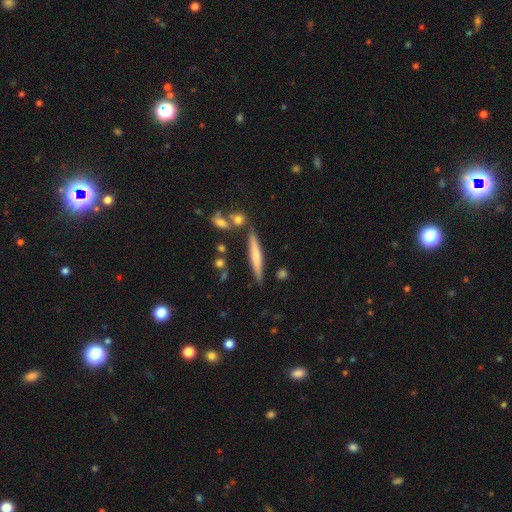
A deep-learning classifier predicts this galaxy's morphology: A smooth galaxy with no disk features (58%) that is cigar-shaped (93%).

Vote fractions:
- Smooth or featured? smooth: 58% / featured or disk: 36% / star or artifact: 6%
- How rounded? cigar-shaped: 93% / in between: 6% / round: 2%
- Merging? none: 82% / minor disturbance: 10% / merger: 6% / major disturbance: 2%